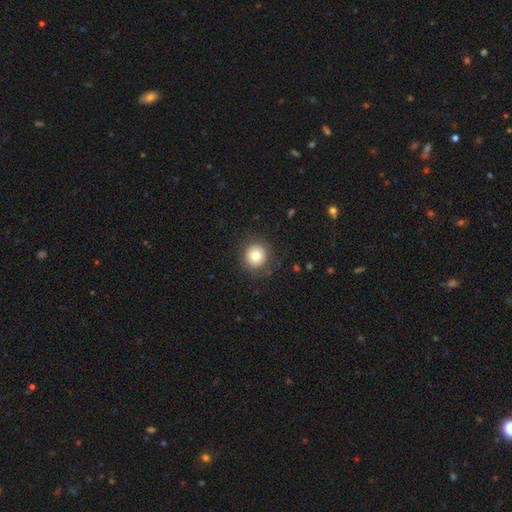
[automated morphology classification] smooth-or-featured: smooth: 76% | featured or disk: 14% | star or artifact: 11%
  how-rounded: round: 93% | in between: 6% | cigar-shaped: 1%
  merging: none: 86% | minor disturbance: 9% | major disturbance: 4% | merger: 1%